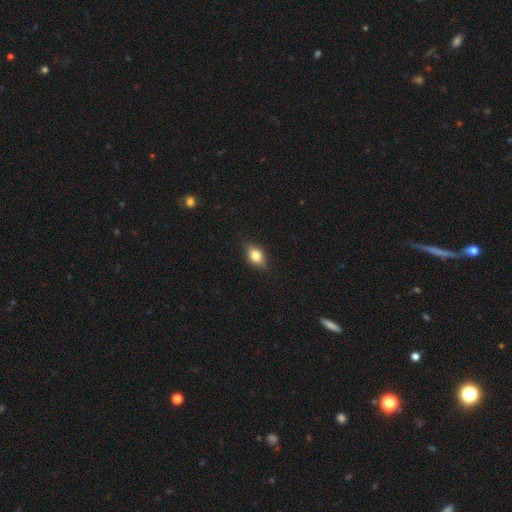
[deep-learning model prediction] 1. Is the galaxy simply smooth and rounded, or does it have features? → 73% smooth, 18% featured or disk, 9% star or artifact.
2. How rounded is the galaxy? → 75% in between, 20% round, 5% cigar-shaped.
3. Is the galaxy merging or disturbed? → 82% none, 14% minor disturbance, 3% major disturbance, 1% merger.